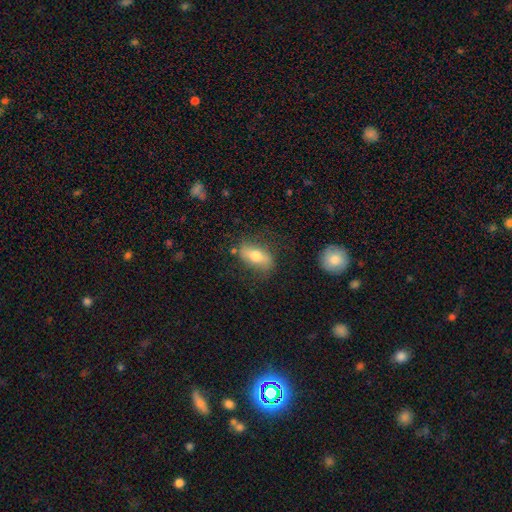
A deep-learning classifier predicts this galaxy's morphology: A smooth galaxy with no disk features (59%) that is in between round and cigar-shaped (81%). Merging: none (72%).